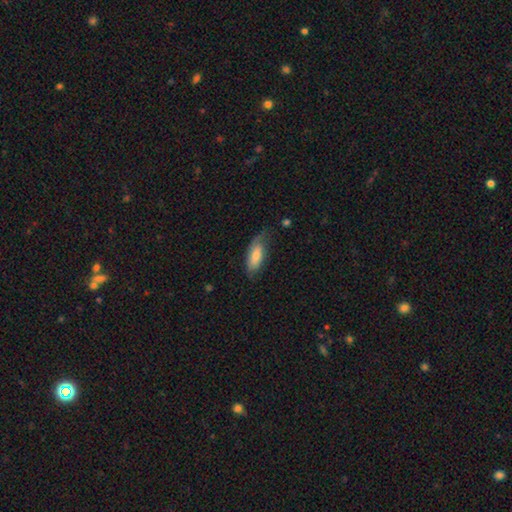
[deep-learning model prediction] This appears to be a smooth galaxy with no disk features (69%) that is in between round and cigar-shaped (77%). Merging: none (57%).